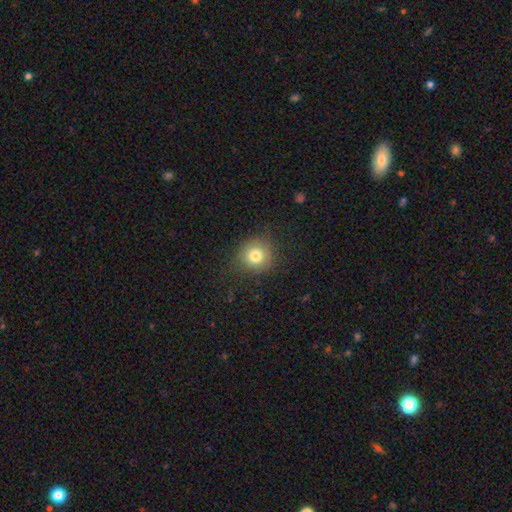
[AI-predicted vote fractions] smooth-or-featured: smooth: 79% | star or artifact: 12% | featured or disk: 9%
  how-rounded: round: 90% | in between: 9% | cigar-shaped: 1%
  merging: none: 83% | minor disturbance: 11% | major disturbance: 4% | merger: 1%